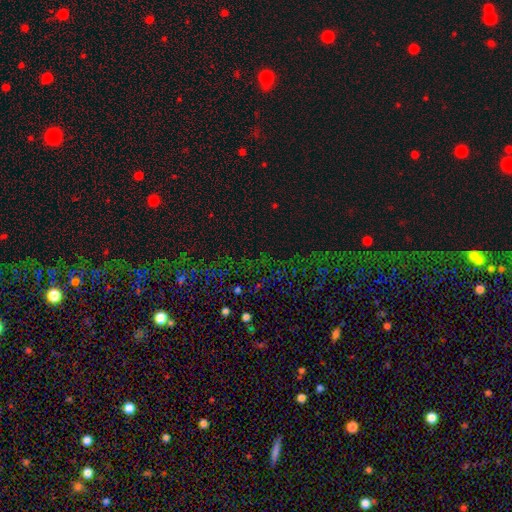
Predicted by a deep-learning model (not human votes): Smooth or featured? star or artifact (78%)